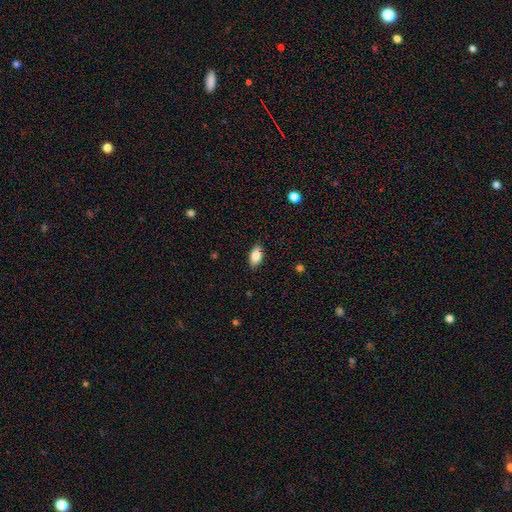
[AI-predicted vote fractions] A smooth galaxy with no disk features (85%) that is in between round and cigar-shaped (91%).

Vote fractions:
- Smooth or featured? smooth: 85% / featured or disk: 8% / star or artifact: 7%
- How rounded? in between: 91% / round: 5% / cigar-shaped: 4%
- Merging? none: 86% / minor disturbance: 10% / major disturbance: 2% / merger: 1%